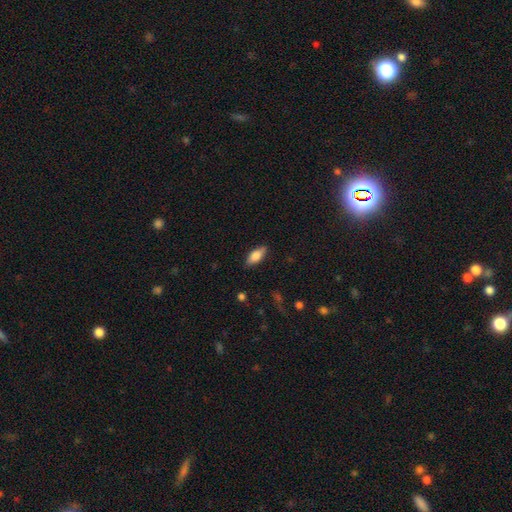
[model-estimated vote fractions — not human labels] Smooth or featured?
  - smooth: 76% *
  - featured or disk: 17%
  - star or artifact: 6%
How rounded?
  - in between: 79% *
  - cigar-shaped: 18%
  - round: 2%
Merging?
  - none: 84% *
  - minor disturbance: 12%
  - major disturbance: 2%
  - merger: 1%